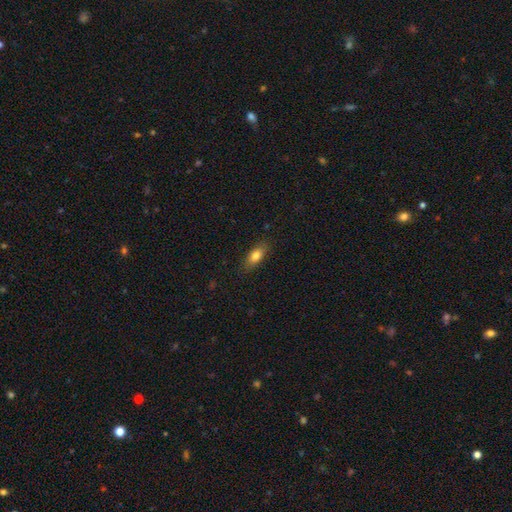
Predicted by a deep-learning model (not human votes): Q: Smooth or featured?
A: smooth (79%); runner-up: featured or disk (14%)
Q: How rounded?
A: in between (78%); runner-up: cigar-shaped (18%)
Q: Merging?
A: none (83%); runner-up: minor disturbance (13%)